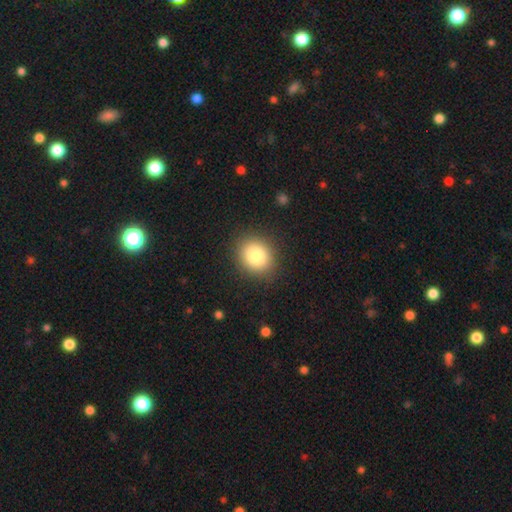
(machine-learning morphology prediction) smooth 84%, star or artifact 9%, featured or disk 6%. Down the decision tree: how rounded — round (68%); merging — none (88%).